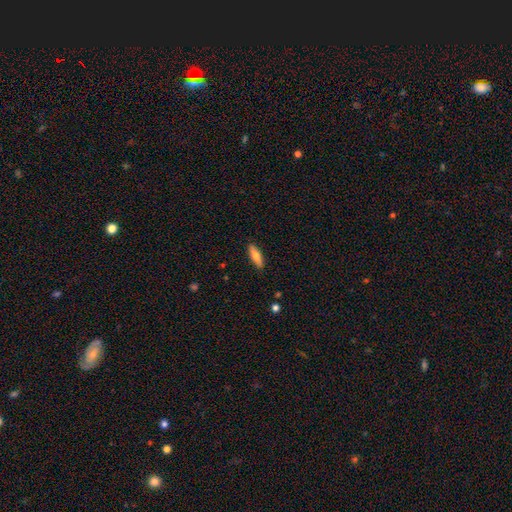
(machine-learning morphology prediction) The model was most divided on "how rounded": cigar-shaped: 54%, in between: 44%, round: 2%. More confident: merging — none (89%); smooth or featured — smooth (68%).